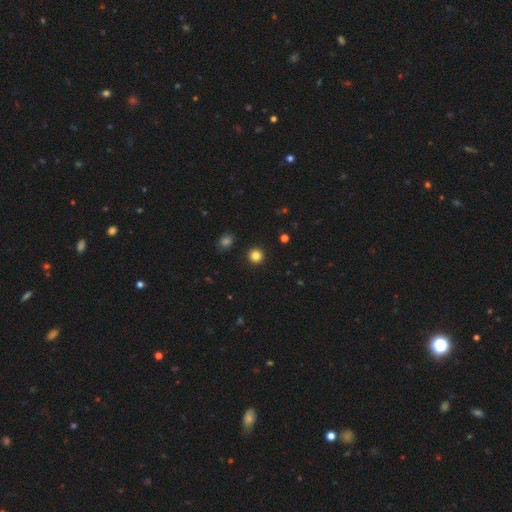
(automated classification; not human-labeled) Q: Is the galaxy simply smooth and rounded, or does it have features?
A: smooth — 84%.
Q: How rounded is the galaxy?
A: round — 95%.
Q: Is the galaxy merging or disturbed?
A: none — 93%.